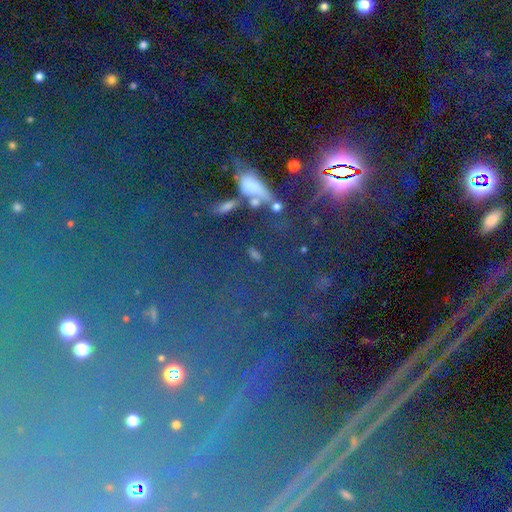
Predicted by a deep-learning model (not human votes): smooth_or_featured: star or artifact (p=0.54) [alt: smooth p=0.29]